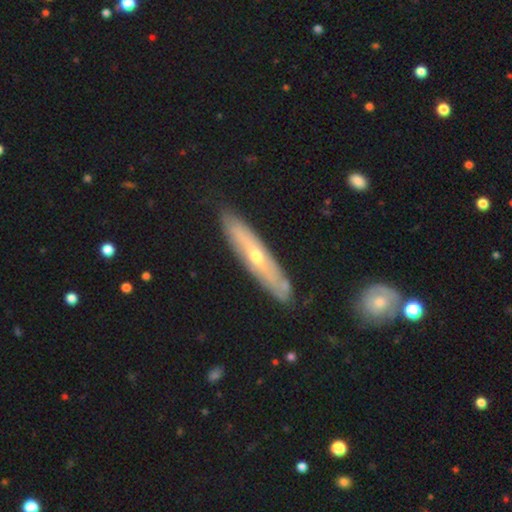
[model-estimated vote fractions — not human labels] A featured or disk galaxy (64%) viewed edge-on (64%). Merging: none (83%).